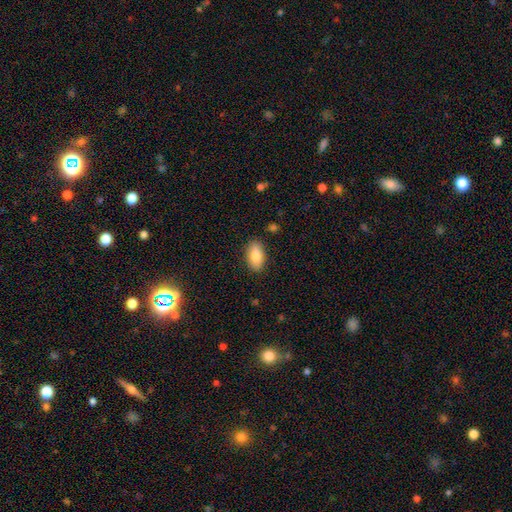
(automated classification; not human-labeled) Morphology: type=smooth (84%); roundness=in between (92%); merging=none (87%).